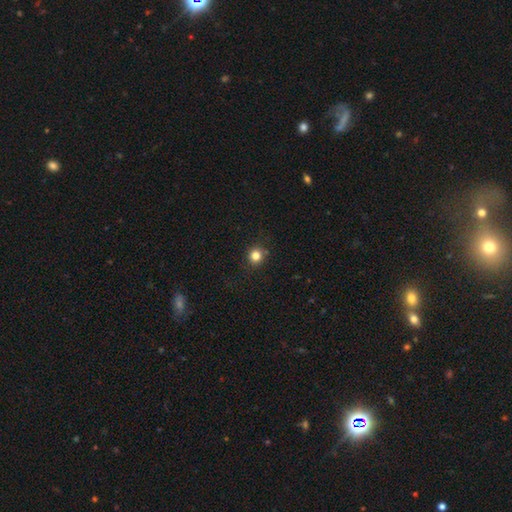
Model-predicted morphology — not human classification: This is clearly a smooth galaxy (81%). How rounded: clearly round (93%). Merging: clearly none (89%).